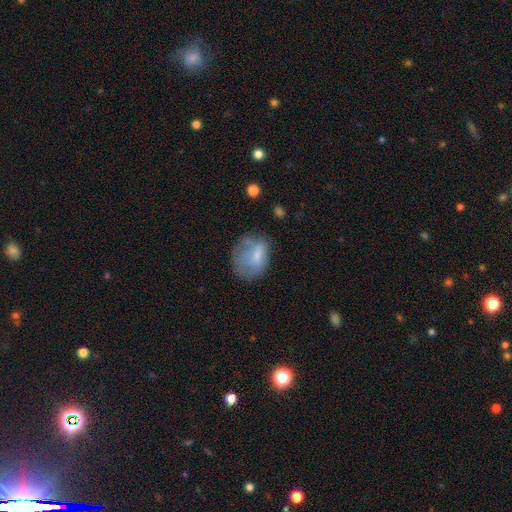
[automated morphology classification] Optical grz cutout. It shows a smooth galaxy with no disk features (61%) that is in between round and cigar-shaped (57%). Merging: none (43%).